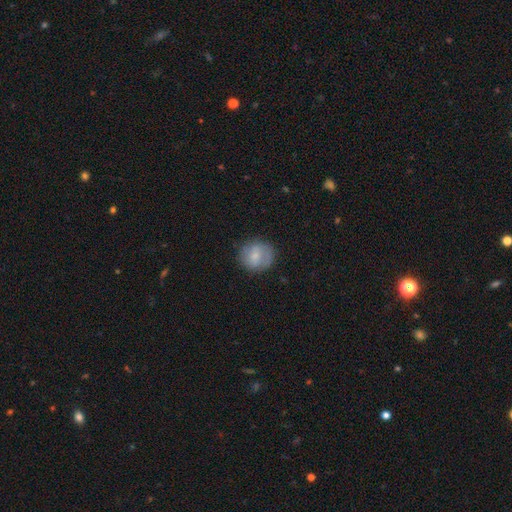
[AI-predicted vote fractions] This is likely a smooth galaxy (70%). How rounded: clearly round (84%). Merging: likely none (75%).